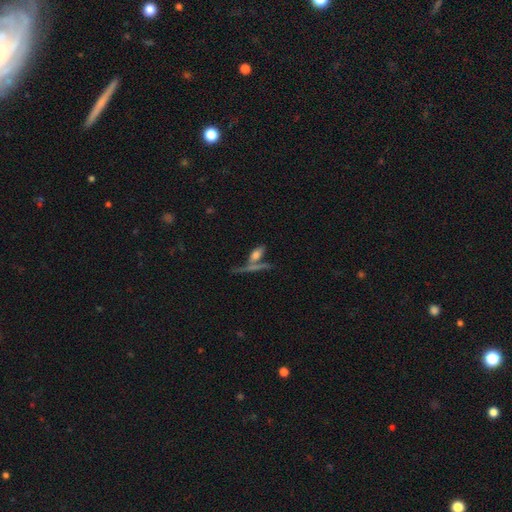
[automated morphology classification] Smooth or featured? Predicted: smooth (p=0.51). How rounded? Predicted: in between (p=0.47). Merging? Predicted: none (p=0.44).